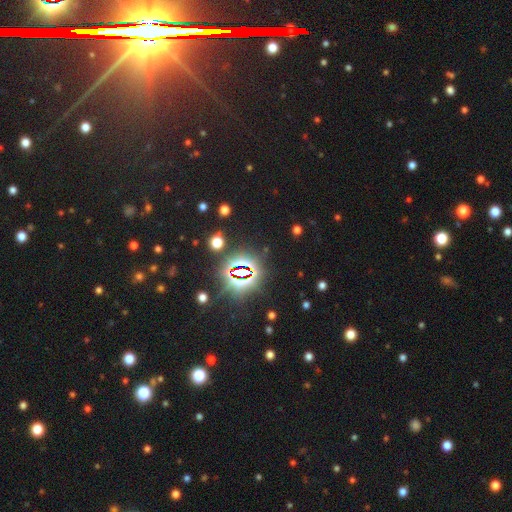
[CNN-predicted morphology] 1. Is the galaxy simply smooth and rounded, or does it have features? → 77% star or artifact, 13% smooth, 10% featured or disk.